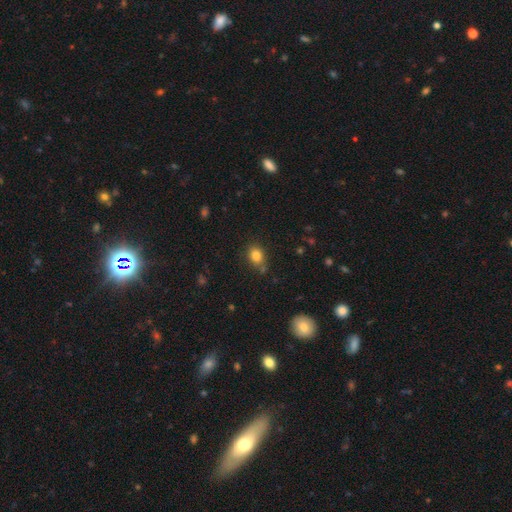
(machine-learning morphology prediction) Q: Smooth or featured?
A: smooth (82%); runner-up: star or artifact (11%)
Q: How rounded?
A: in between (54%); runner-up: round (44%)
Q: Merging?
A: none (74%); runner-up: minor disturbance (17%)